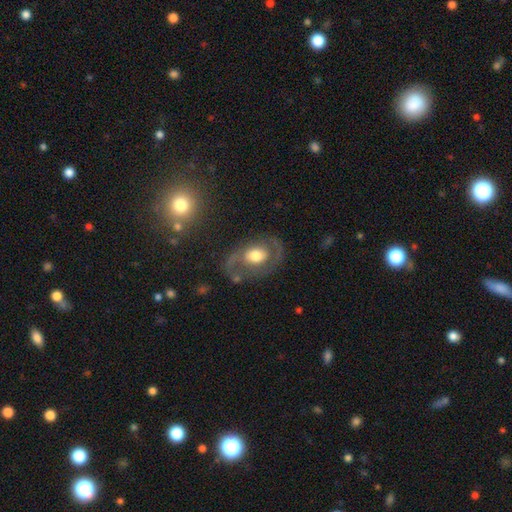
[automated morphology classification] Q: Smooth or featured?
A: featured or disk (68%); runner-up: smooth (26%)
Q: Edge-on disk?
A: no (96%); runner-up: yes (4%)
Q: Bar?
A: no (74%); runner-up: weak (20%)
Q: Spiral arms?
A: yes (68%); runner-up: no (32%)
Q: Bulge size?
A: moderate (54%); runner-up: large (35%)
Q: Merging?
A: none (66%); runner-up: minor disturbance (17%)